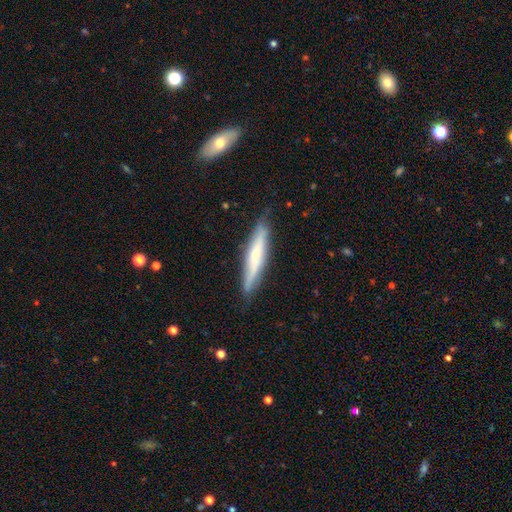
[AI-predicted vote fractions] Smooth or featured: featured or disk — 50% (smooth — 44%)
Edge-on disk: yes — 89% (no — 11%)
Merging: none — 83% (minor disturbance — 13%)